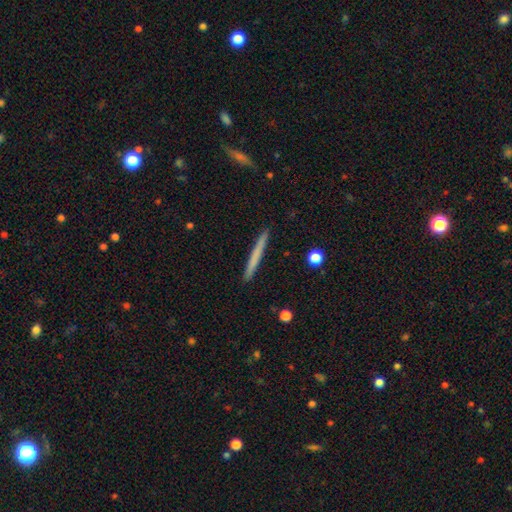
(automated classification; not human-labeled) This is likely a smooth galaxy (64%). How rounded: clearly cigar-shaped (97%). Merging: clearly none (92%).